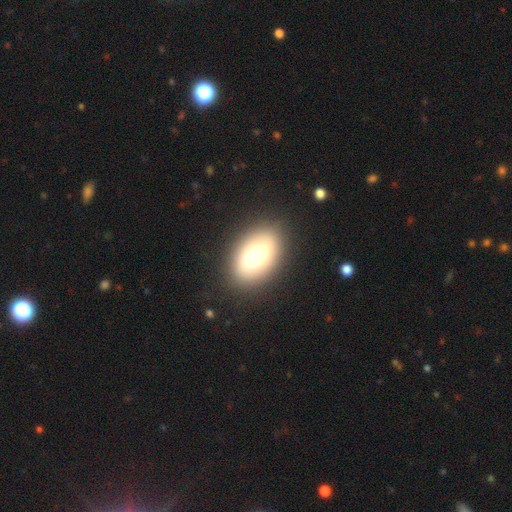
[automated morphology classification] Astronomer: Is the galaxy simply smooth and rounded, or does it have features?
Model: smooth — 73%.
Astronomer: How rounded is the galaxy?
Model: in between — 86%.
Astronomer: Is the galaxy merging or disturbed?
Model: none — 85%.